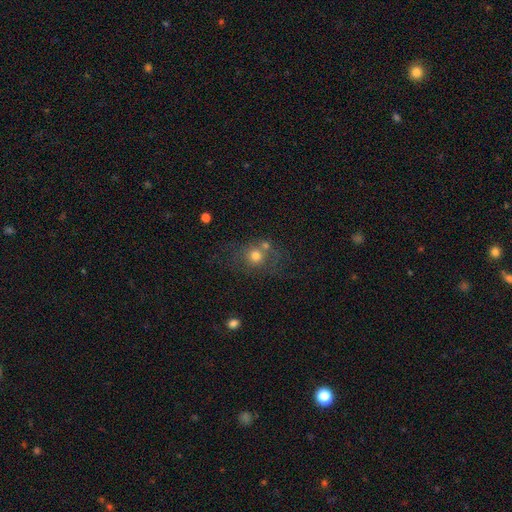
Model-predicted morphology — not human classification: A smooth galaxy with no disk features (67%) that is round (80%). Merging: none (50%).